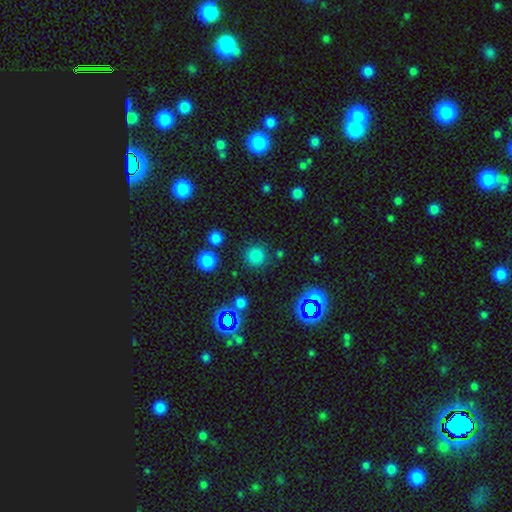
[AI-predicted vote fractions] This is likely a smooth galaxy (75%). How rounded: clearly round (93%). Merging: clearly none (84%).